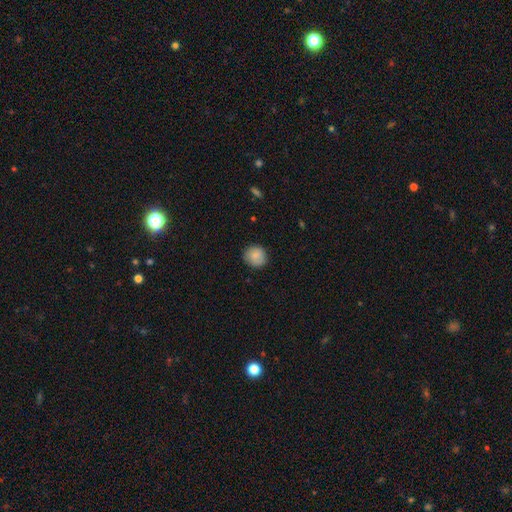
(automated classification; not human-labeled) This appears to be a smooth galaxy with no disk features (85%) that is round (91%). Merging: none (86%).